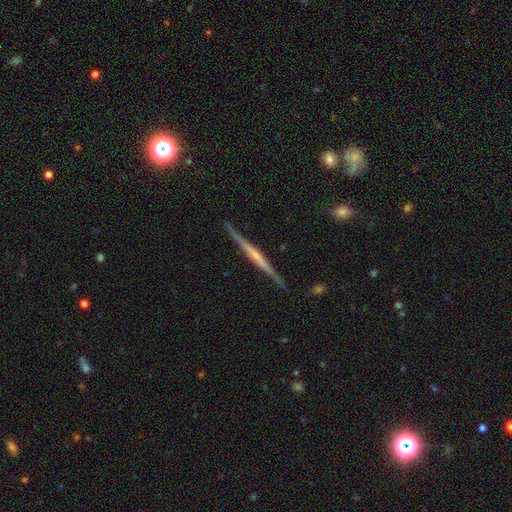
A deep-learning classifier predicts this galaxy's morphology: featured or disk 73%, smooth 21%, star or artifact 6%. Down the decision tree: edge-on disk — yes (98%); edge-on bulge — none (60%); merging — none (89%).